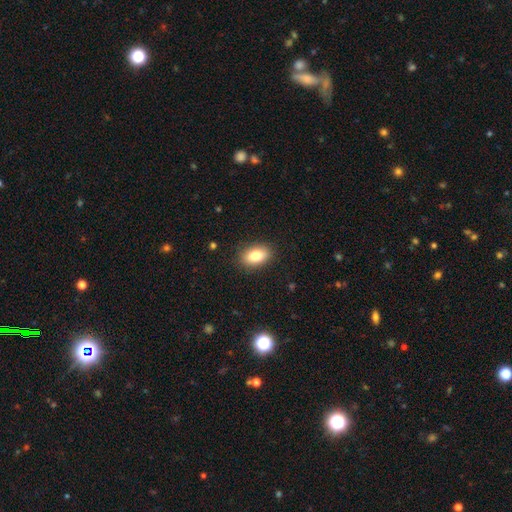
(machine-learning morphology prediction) type=smooth (84%); roundness=in between (88%); merging=none (87%).